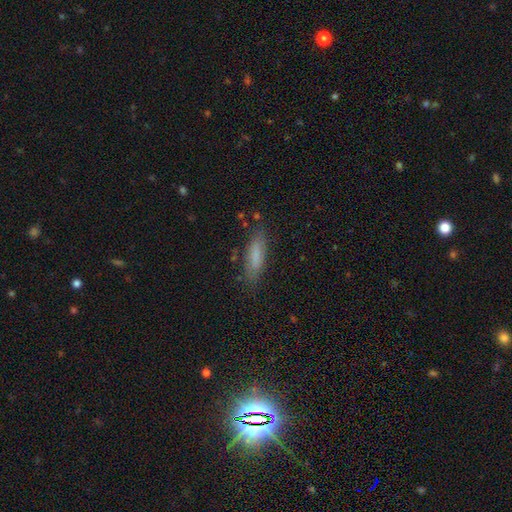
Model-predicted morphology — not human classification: This is likely a smooth galaxy (77%). How rounded: likely cigar-shaped (65%). Merging: clearly none (82%).